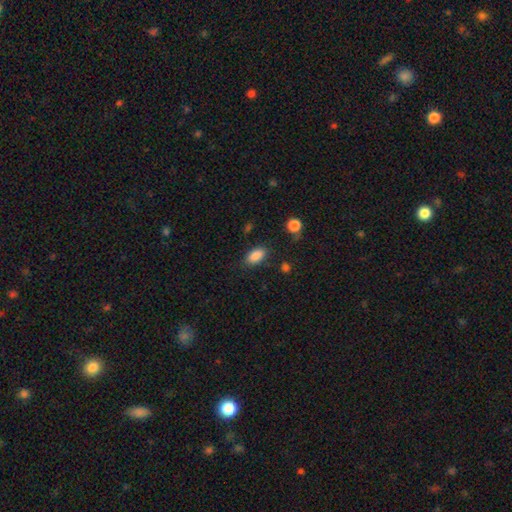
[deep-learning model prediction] A smooth galaxy with no disk features (87%) that is in between round and cigar-shaped (91%). Merging: none (82%).